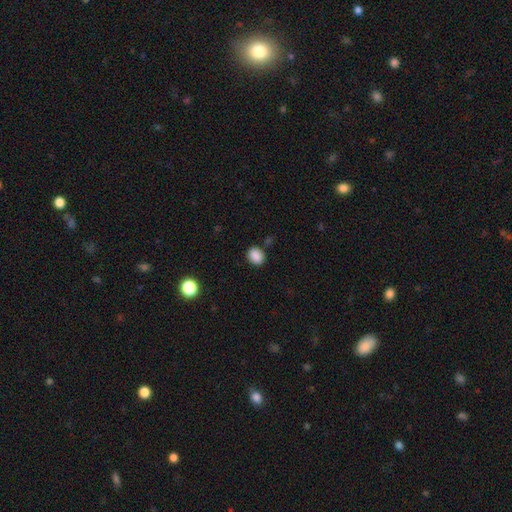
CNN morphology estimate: Smooth or featured? smooth (87%)
How rounded? round (50%)
Merging? none (82%)